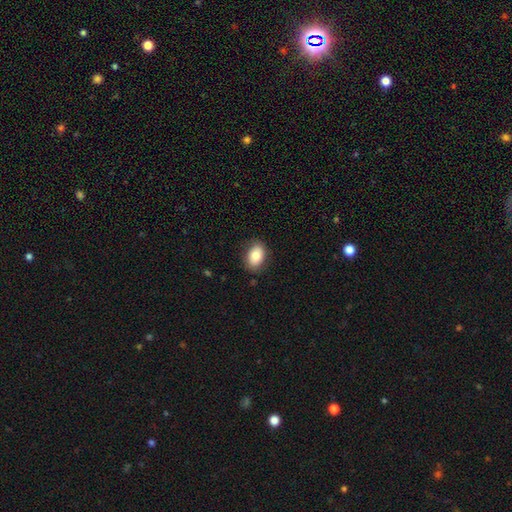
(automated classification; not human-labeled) Morphology: type=smooth (83%); roundness=in between (84%); merging=none (85%).